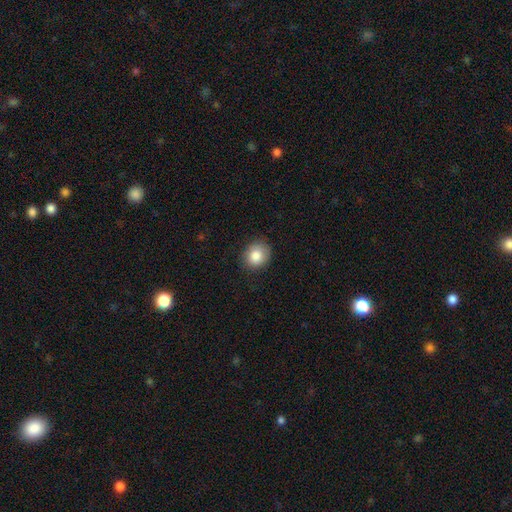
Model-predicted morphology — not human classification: smooth_or_featured: smooth (p=0.84) [alt: star or artifact p=0.08]
how_rounded: round (p=0.68) [alt: in between p=0.31]
merging: none (p=0.82) [alt: minor disturbance p=0.14]